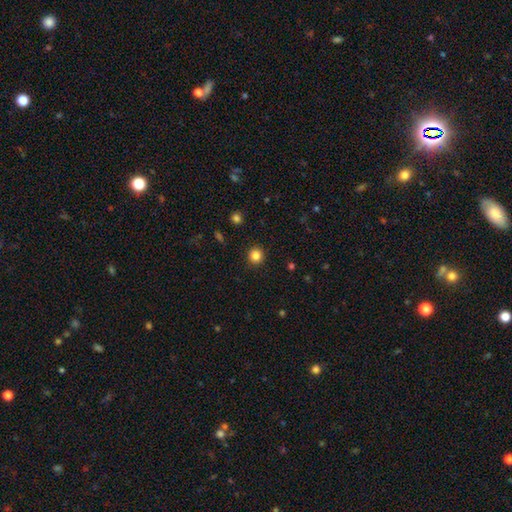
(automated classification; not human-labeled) smooth-or-featured: smooth: 84% | star or artifact: 12% | featured or disk: 4%
  how-rounded: round: 94% | in between: 5% | cigar-shaped: 1%
  merging: none: 92% | minor disturbance: 5% | major disturbance: 2% | merger: 1%